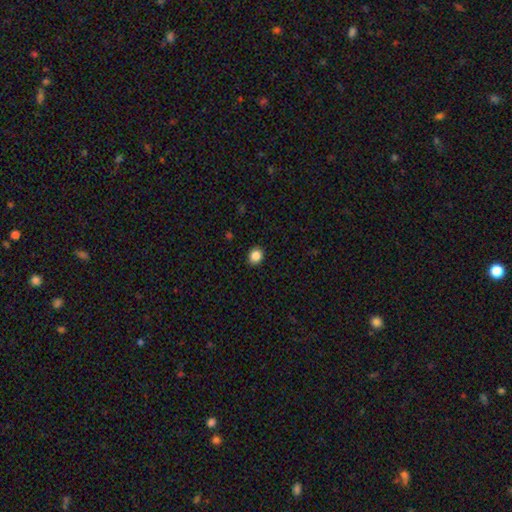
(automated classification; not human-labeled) Smooth or featured?
  - smooth: 86% *
  - star or artifact: 10%
  - featured or disk: 4%
How rounded?
  - round: 66% *
  - in between: 33%
  - cigar-shaped: 1%
Merging?
  - none: 91% *
  - minor disturbance: 6%
  - major disturbance: 2%
  - merger: 1%